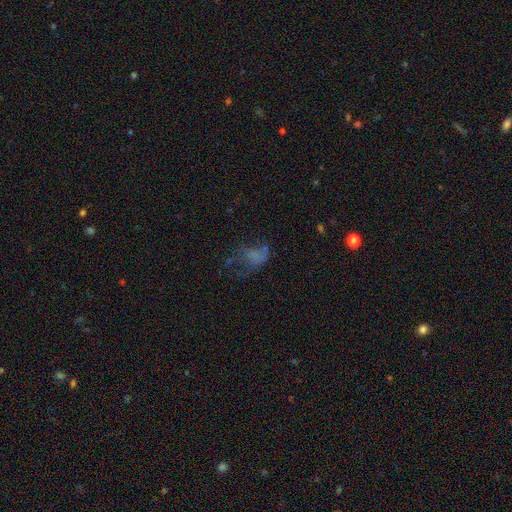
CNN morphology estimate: A smooth galaxy with no disk features (47%).

Vote fractions:
- Smooth or featured? smooth: 47% / featured or disk: 30% / star or artifact: 23%
- Merging? major disturbance: 41% / none: 33% / minor disturbance: 19% / merger: 6%